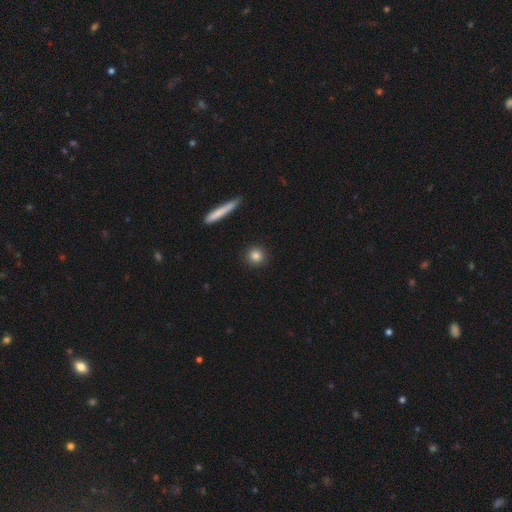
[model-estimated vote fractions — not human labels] Smooth or featured?
  - smooth: 85% *
  - star or artifact: 9%
  - featured or disk: 7%
How rounded?
  - round: 91% *
  - in between: 6%
  - cigar-shaped: 2%
Merging?
  - none: 92% *
  - minor disturbance: 5%
  - major disturbance: 2%
  - merger: 1%